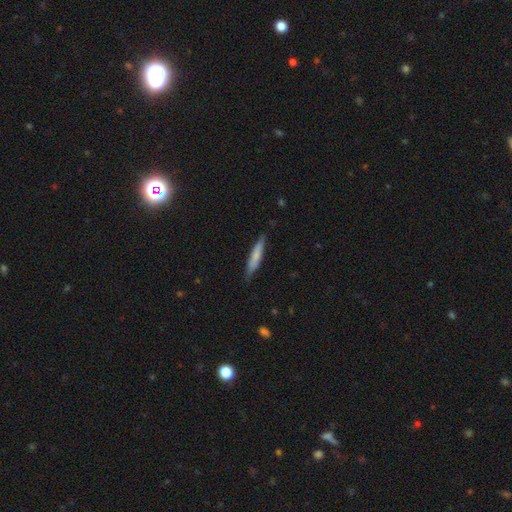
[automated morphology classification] Q: Smooth or featured?
A: smooth (70%); runner-up: featured or disk (25%)
Q: How rounded?
A: cigar-shaped (90%); runner-up: in between (9%)
Q: Merging?
A: none (83%); runner-up: minor disturbance (13%)